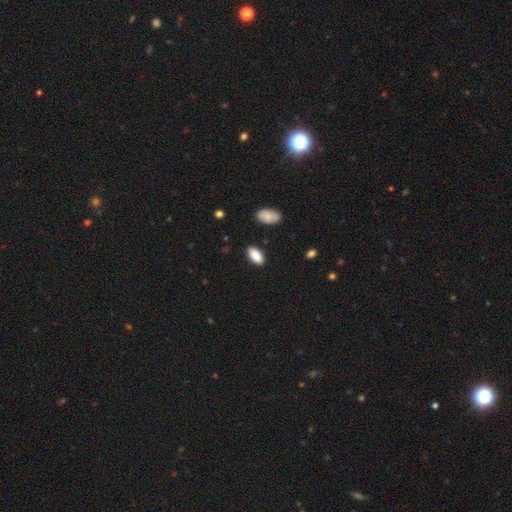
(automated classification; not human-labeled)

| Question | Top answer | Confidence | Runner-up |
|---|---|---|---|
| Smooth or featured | smooth | 88% | star or artifact (6%) |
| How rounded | in between | 90% | cigar-shaped (8%) |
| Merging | none | 88% | minor disturbance (9%) |